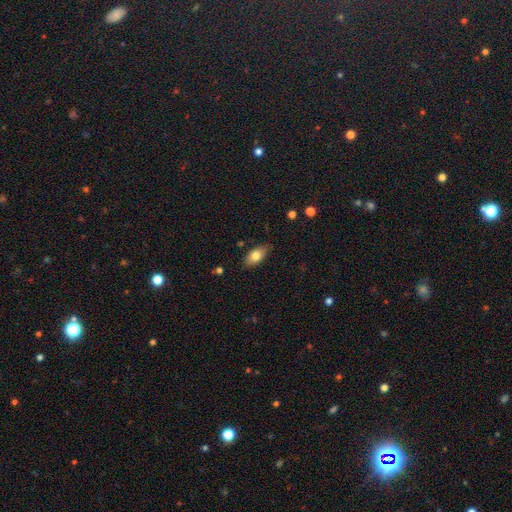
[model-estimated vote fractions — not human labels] smooth_or_featured: smooth (p=0.78) [alt: featured or disk p=0.15]
how_rounded: in between (p=0.90) [alt: round p=0.05]
merging: none (p=0.80) [alt: minor disturbance p=0.16]